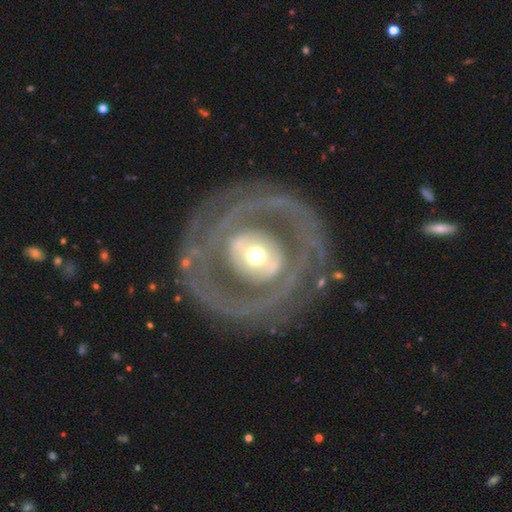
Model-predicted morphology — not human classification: featured or disk 79%, smooth 15%, star or artifact 6%. Down the decision tree: edge-on disk — no (95%); bar — no (61%); spiral arms — yes (63%); bulge size — moderate (52%); merging — none (74%).